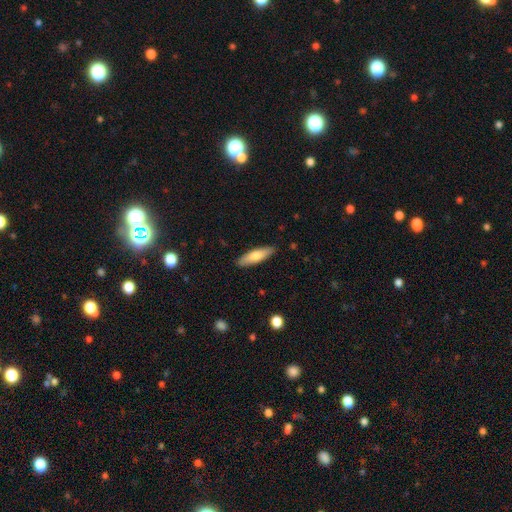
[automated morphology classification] Smooth or featured? smooth (73%)
How rounded? cigar-shaped (59%)
Merging? none (88%)